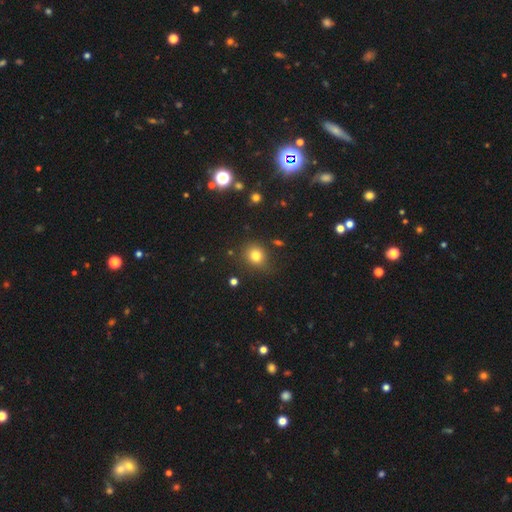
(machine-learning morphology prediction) This appears to be a smooth galaxy with no disk features (79%) that is round (76%). Merging: none (78%).